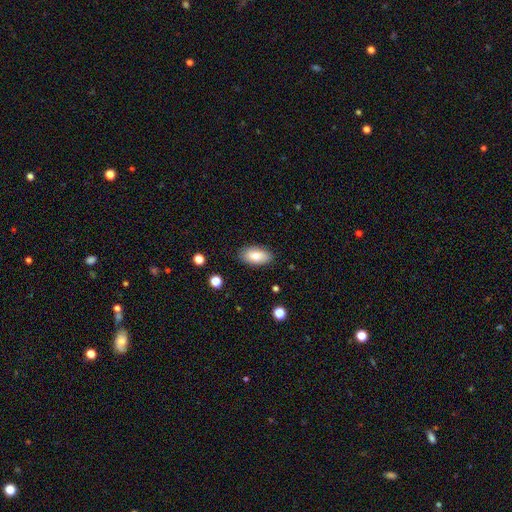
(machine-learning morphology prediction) smooth_or_featured: smooth (p=0.77) [alt: featured or disk p=0.16]
how_rounded: in between (p=0.93) [alt: round p=0.04]
merging: none (p=0.85) [alt: minor disturbance p=0.11]